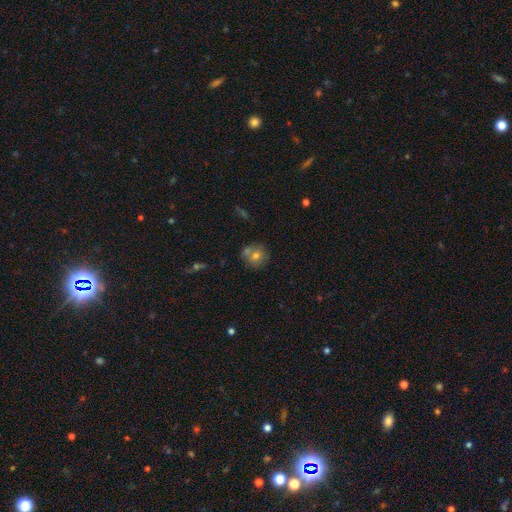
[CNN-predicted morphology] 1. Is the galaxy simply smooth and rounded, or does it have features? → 68% smooth, 20% featured or disk, 11% star or artifact.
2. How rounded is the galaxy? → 86% round, 13% in between, 1% cigar-shaped.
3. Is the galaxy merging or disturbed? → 61% none, 24% merger, 11% minor disturbance, 3% major disturbance.